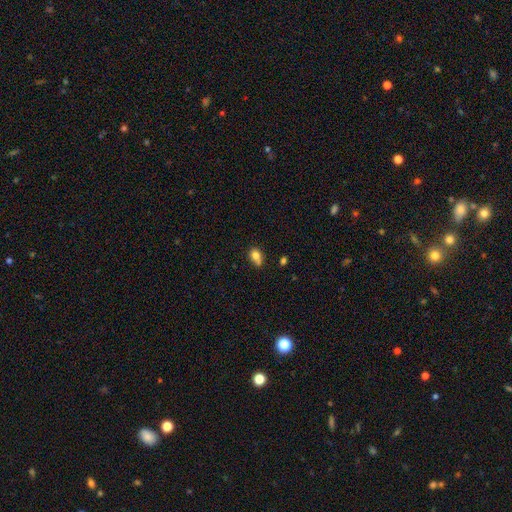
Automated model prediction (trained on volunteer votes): The model was most divided on "how rounded": in between: 55%, round: 43%, cigar-shaped: 2%. Remaining: smooth or featured — smooth (77%); merging — none (44%).